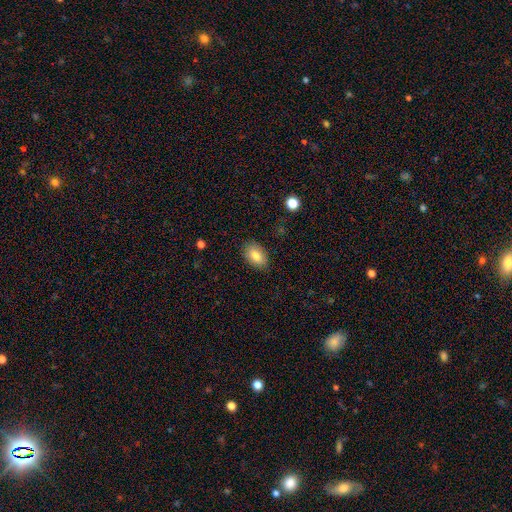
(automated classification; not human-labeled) The model was most divided on "merging": none: 85%, minor disturbance: 12%, major disturbance: 3%, merger: 1%. More confident: how rounded — in between (88%); smooth or featured — smooth (83%).